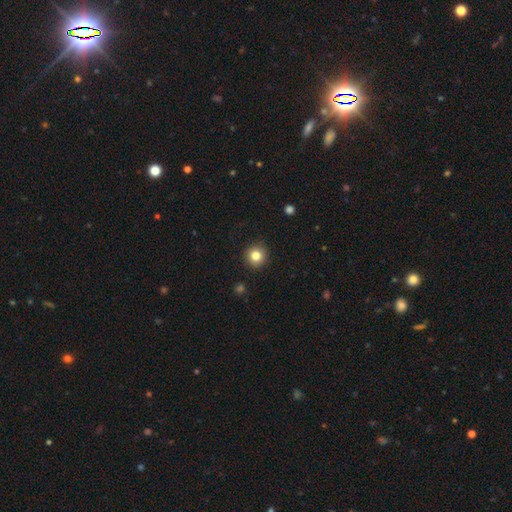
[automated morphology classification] This appears to be a smooth galaxy with no disk features (82%) that is round (94%). Merging: none (92%).